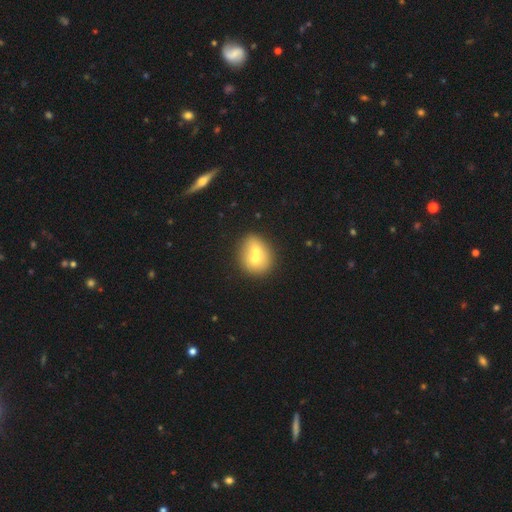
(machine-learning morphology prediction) Overall: smooth (64%; featured or disk 27%). How rounded: round (69%; in between 30%). Merging: merger (63%; none 28%).